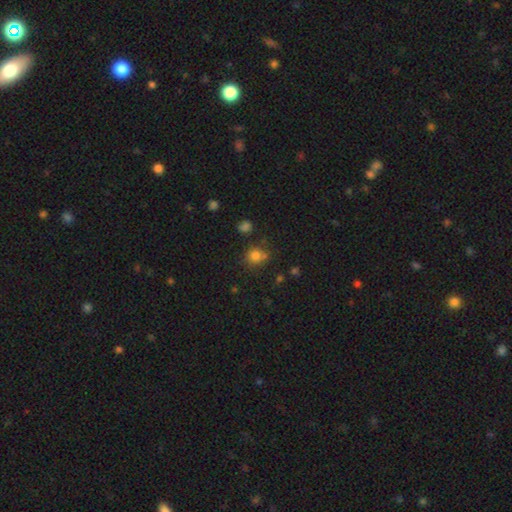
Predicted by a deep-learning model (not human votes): A smooth galaxy with no disk features (78%) that is round (83%).

Vote fractions:
- Smooth or featured? smooth: 78% / star or artifact: 16% / featured or disk: 7%
- How rounded? round: 83% / in between: 16% / cigar-shaped: 1%
- Merging? none: 66% / merger: 16% / minor disturbance: 14% / major disturbance: 5%